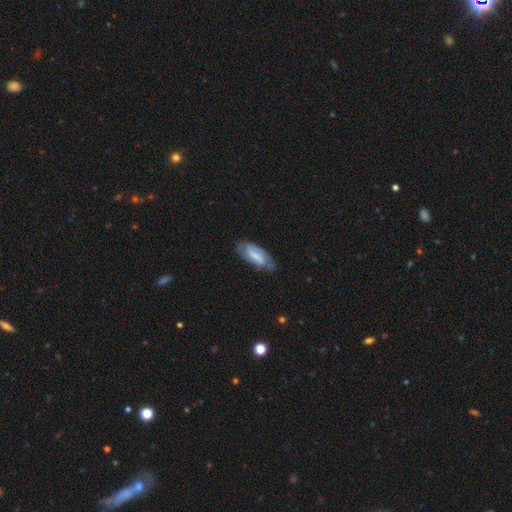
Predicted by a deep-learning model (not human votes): Smooth or featured?
  - featured or disk: 56% *
  - smooth: 37%
  - star or artifact: 6%
Edge-on disk?
  - no: 91% *
  - yes: 9%
Bar?
  - weak: 46% *
  - strong: 38%
  - no: 16%
Spiral arms?
  - yes: 83% *
  - no: 17%
Bulge size?
  - small: 38% *
  - moderate: 27%
  - none: 27%
  - large: 6%
  - dominant: 1%
Merging?
  - none: 70% *
  - minor disturbance: 22%
  - major disturbance: 6%
  - merger: 2%